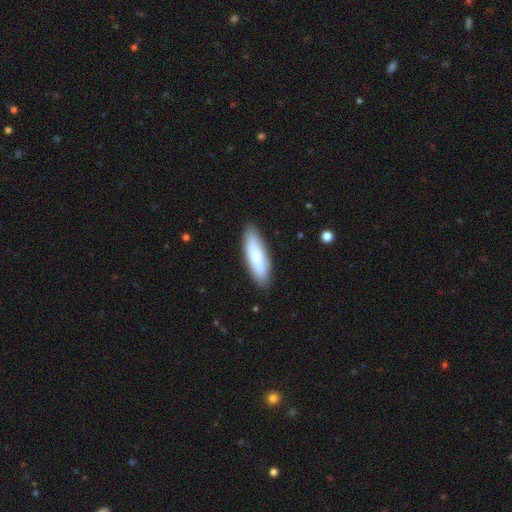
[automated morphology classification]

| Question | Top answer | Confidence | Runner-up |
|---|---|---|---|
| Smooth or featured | smooth | 76% | featured or disk (18%) |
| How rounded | cigar-shaped | 49% | tied: in between (49%) |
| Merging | none | 86% | minor disturbance (10%) |